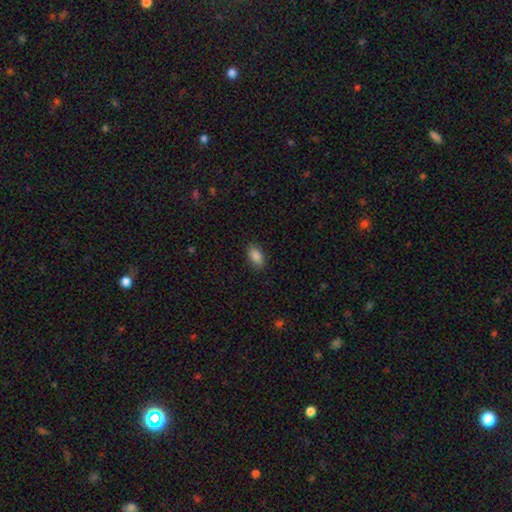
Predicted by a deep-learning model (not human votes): This is clearly a smooth galaxy (88%). How rounded: clearly in between (92%). Merging: clearly none (86%).